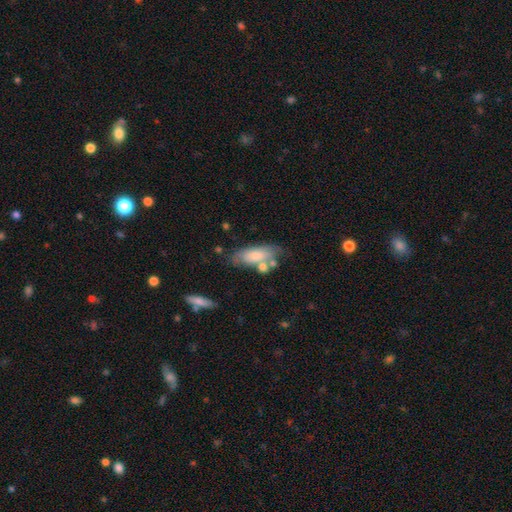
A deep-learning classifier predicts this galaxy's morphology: Smooth or featured? Predicted: smooth (p=0.70). How rounded? Predicted: in between (p=0.74). Merging? Predicted: none (p=0.49).